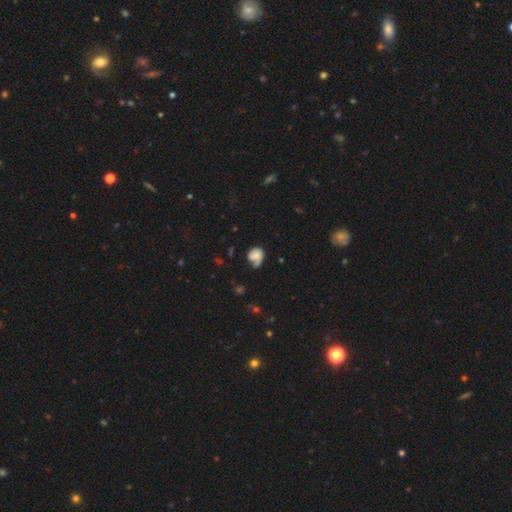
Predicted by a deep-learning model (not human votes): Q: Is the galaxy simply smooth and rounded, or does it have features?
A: smooth — 61%.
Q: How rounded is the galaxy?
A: round — 62%.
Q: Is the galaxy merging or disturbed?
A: none — 43%.